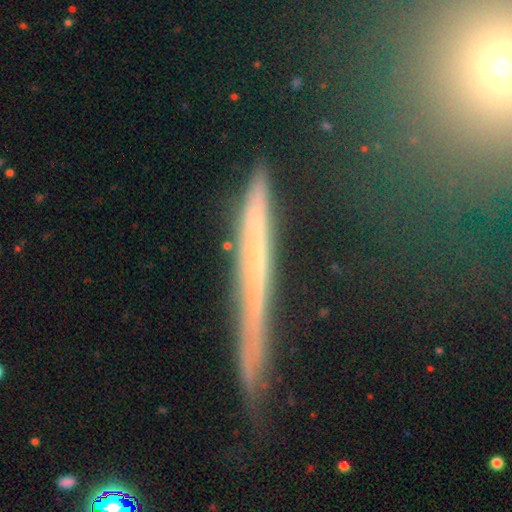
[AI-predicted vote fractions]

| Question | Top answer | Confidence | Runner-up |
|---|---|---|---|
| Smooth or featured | featured or disk | 55% | smooth (34%) |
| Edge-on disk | yes | 93% | no (7%) |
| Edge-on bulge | none | 92% | rounded (5%) |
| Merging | none | 75% | minor disturbance (17%) |